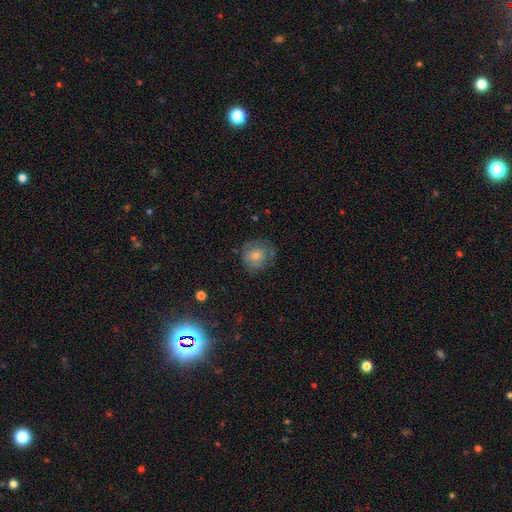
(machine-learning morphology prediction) smooth-or-featured: smooth: 64% | featured or disk: 27% | star or artifact: 9%
  how-rounded: round: 81% | in between: 18% | cigar-shaped: 1%
  merging: none: 66% | minor disturbance: 23% | major disturbance: 10% | merger: 2%